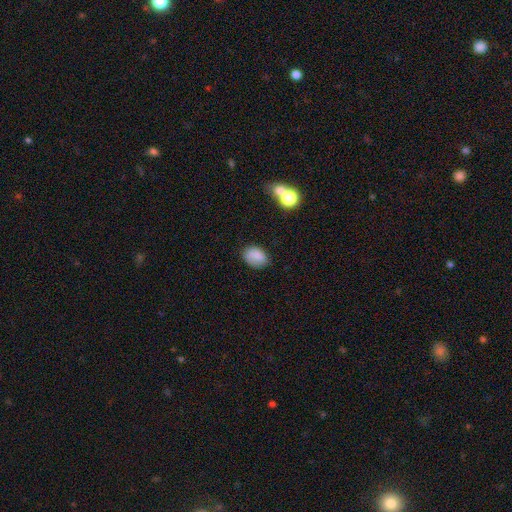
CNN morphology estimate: This appears to be a smooth galaxy with no disk features (83%) that is in between round and cigar-shaped (75%). Merging: none (71%).